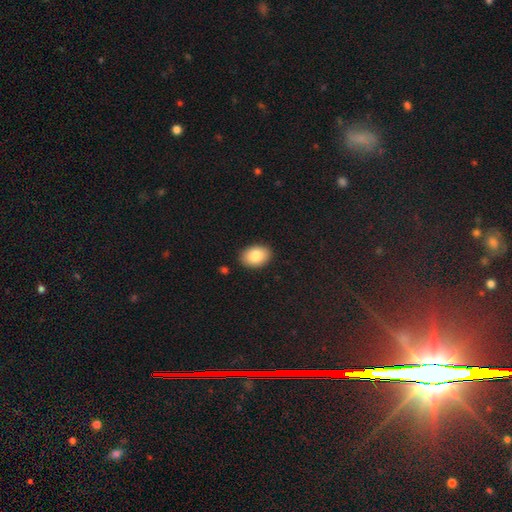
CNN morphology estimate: This is clearly a smooth galaxy (84%). How rounded: clearly in between (81%). Merging: clearly none (89%).